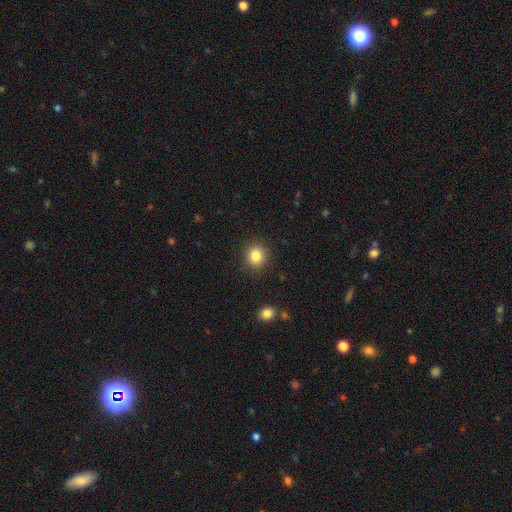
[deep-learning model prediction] Smooth or featured? smooth (83%)
How rounded? round (83%)
Merging? none (89%)